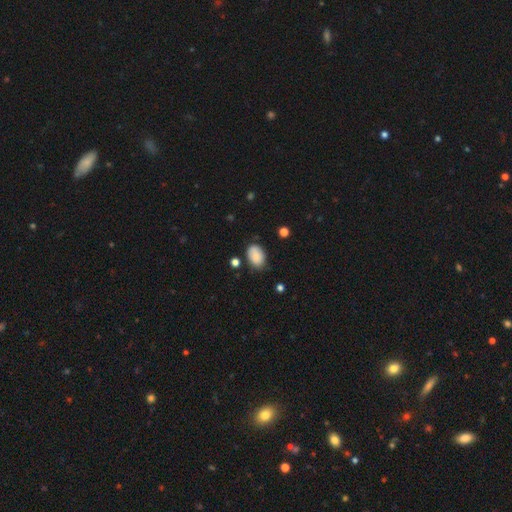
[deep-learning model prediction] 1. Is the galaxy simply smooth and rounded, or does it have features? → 83% smooth, 9% featured or disk, 8% star or artifact.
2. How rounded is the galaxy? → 84% in between, 14% round, 1% cigar-shaped.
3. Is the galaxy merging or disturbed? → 69% none, 24% minor disturbance, 4% major disturbance, 3% merger.